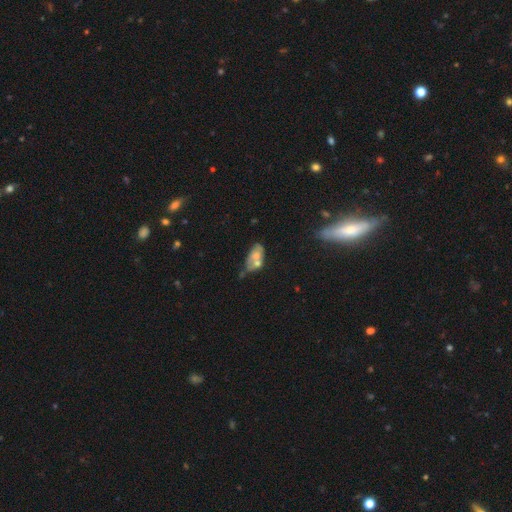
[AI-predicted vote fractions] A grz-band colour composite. It shows a smooth galaxy with no disk features (48%). Merging: merger (40%).